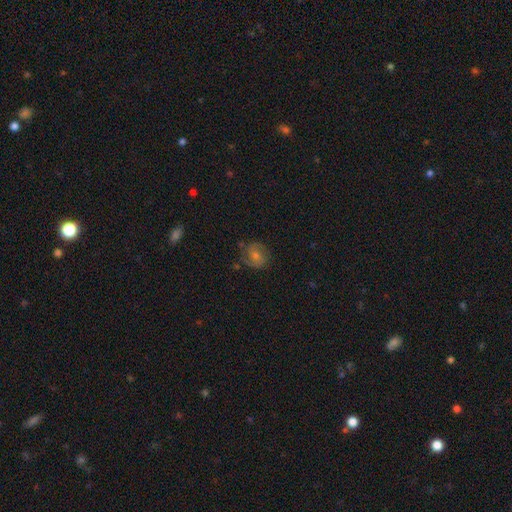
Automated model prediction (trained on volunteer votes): Morphology: type=featured or disk (56%); edge-on=no (97%); bar=no (56%); spiral arms=yes (85%); bulge=moderate (50%); merging=none (76%).